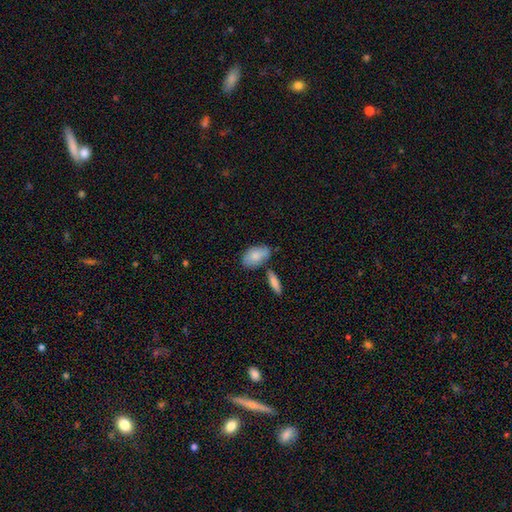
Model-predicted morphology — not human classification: smooth-or-featured: smooth: 79% | featured or disk: 15% | star or artifact: 6%
  how-rounded: in between: 90% | round: 7% | cigar-shaped: 3%
  merging: none: 60% | minor disturbance: 21% | merger: 13% | major disturbance: 5%